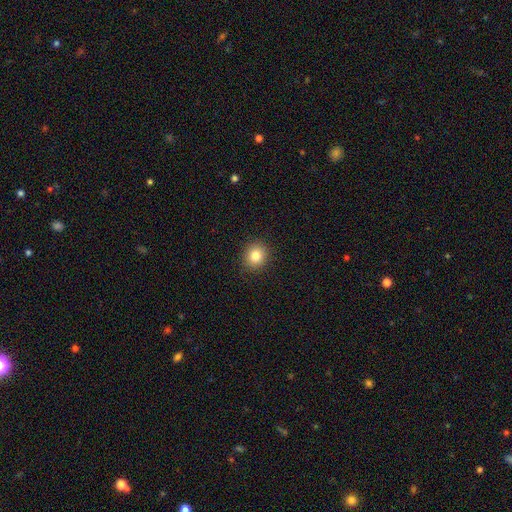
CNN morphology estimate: This appears to be a smooth galaxy with no disk features (83%) that is round (82%). Merging: none (91%).